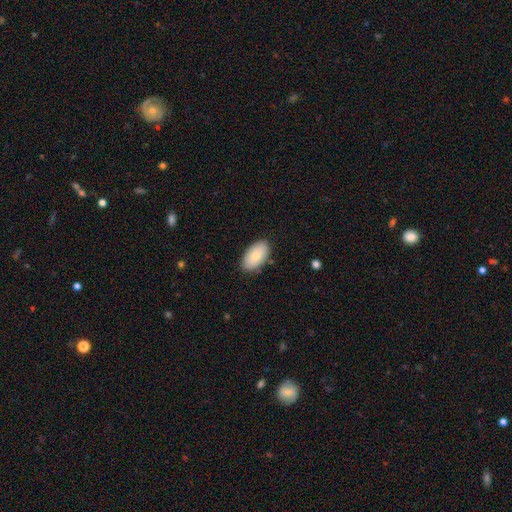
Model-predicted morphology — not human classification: smooth 76%, featured or disk 17%, star or artifact 7%. Down the decision tree: how rounded — in between (95%); merging — none (86%).